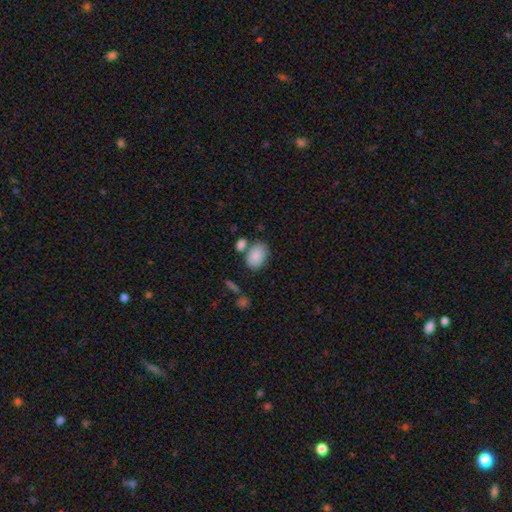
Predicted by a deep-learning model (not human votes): Morphology: type=smooth (87%); roundness=in between (85%); merging=none (65%).